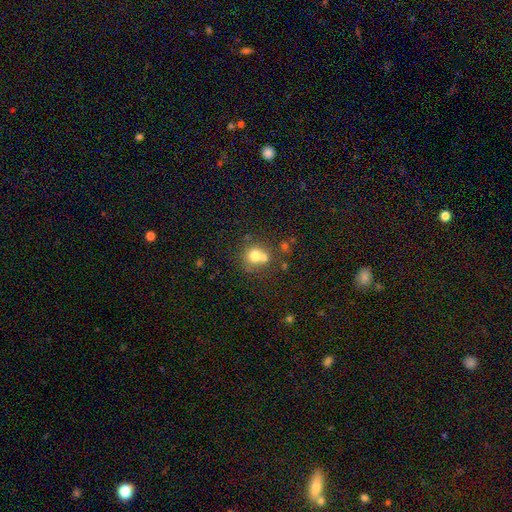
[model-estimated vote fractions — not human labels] A smooth galaxy with no disk features (70%) that is round (85%).

Vote fractions:
- Smooth or featured? smooth: 70% / featured or disk: 17% / star or artifact: 13%
- How rounded? round: 85% / in between: 14% / cigar-shaped: 1%
- Merging? none: 45% / merger: 42% / minor disturbance: 9% / major disturbance: 4%